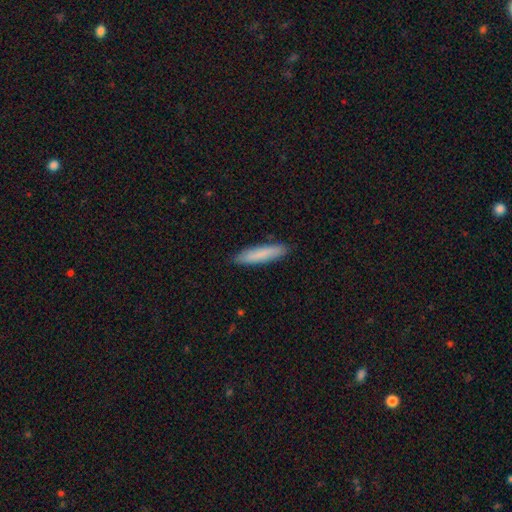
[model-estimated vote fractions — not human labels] Smooth or featured? smooth (83%)
How rounded? cigar-shaped (87%)
Merging? none (89%)